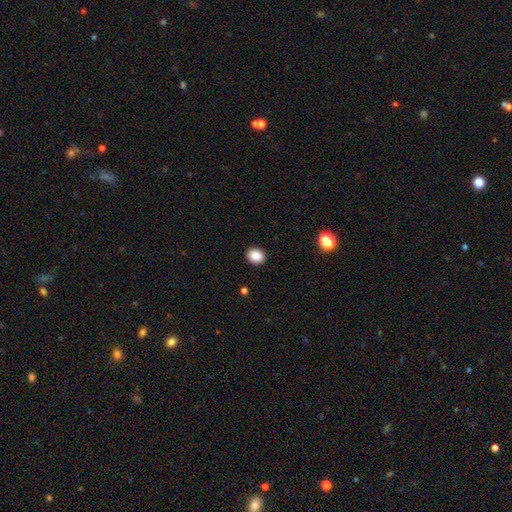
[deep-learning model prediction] Morphology: type=smooth (88%); roundness=round (63%); merging=none (91%).